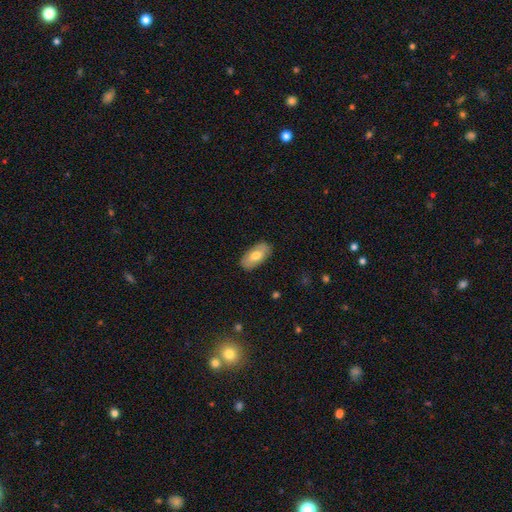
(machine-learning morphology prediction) The model was most divided on "smooth or featured": smooth: 67%, featured or disk: 27%, star or artifact: 6%. More confident: how rounded — in between (92%); merging — none (86%).